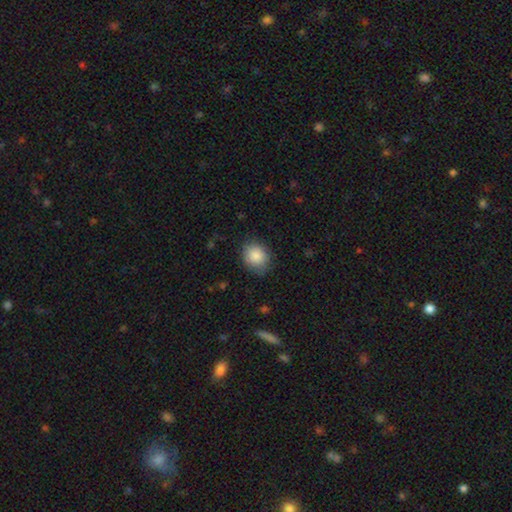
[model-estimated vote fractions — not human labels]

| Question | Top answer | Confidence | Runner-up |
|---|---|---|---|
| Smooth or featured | smooth | 86% | star or artifact (8%) |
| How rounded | round | 63% | in between (36%) |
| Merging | none | 79% | minor disturbance (16%) |